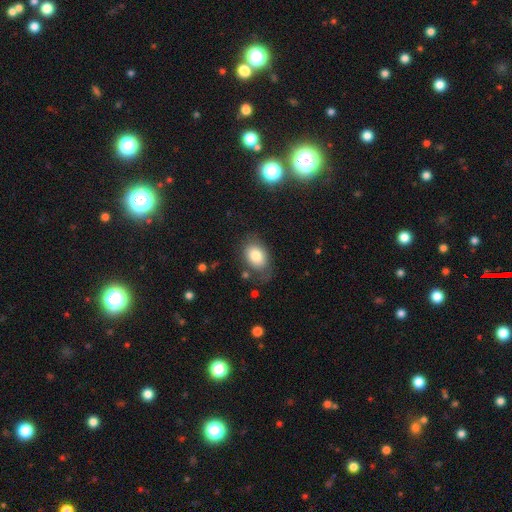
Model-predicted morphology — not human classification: Smooth or featured: smooth — 80% (featured or disk — 12%)
How rounded: in between — 79% (round — 20%)
Merging: none — 65% (minor disturbance — 22%)